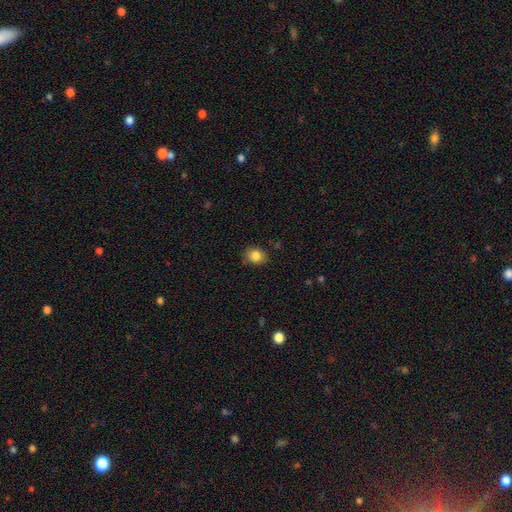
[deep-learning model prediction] smooth-or-featured: smooth: 84% | star or artifact: 10% | featured or disk: 6%
  how-rounded: round: 65% | in between: 34% | cigar-shaped: 1%
  merging: none: 83% | minor disturbance: 13% | major disturbance: 3% | merger: 1%